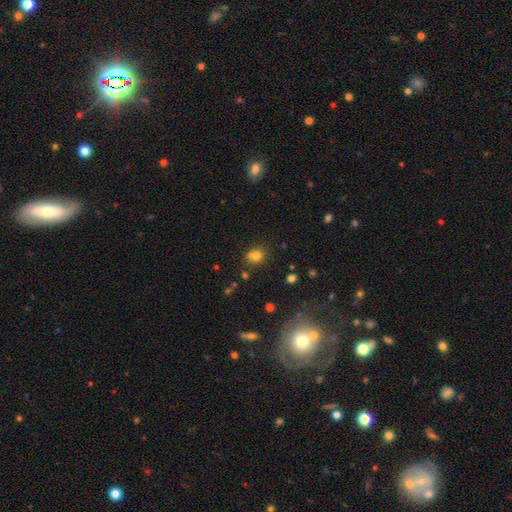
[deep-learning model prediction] A smooth galaxy with no disk features (72%) that is round (65%). Merging: none (56%).